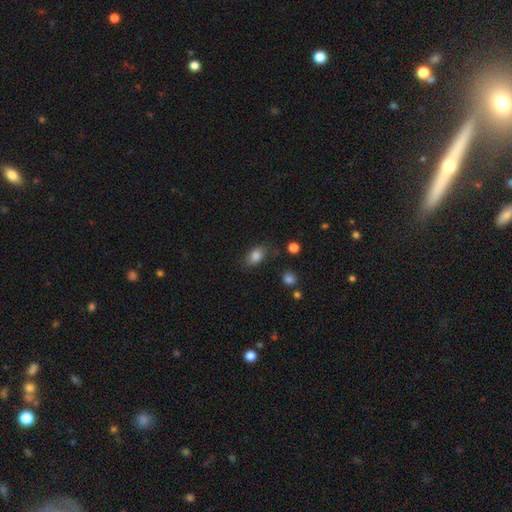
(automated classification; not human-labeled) Morphology: type=smooth (84%); roundness=in between (83%); merging=none (75%).